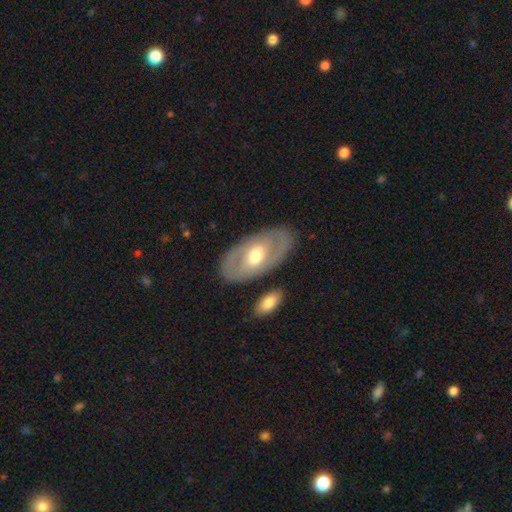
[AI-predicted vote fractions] Smooth or featured? Predicted: featured or disk (p=0.67). Edge-on disk? Predicted: no (p=0.90). Bar? Predicted: no (p=0.51). Spiral arms? Predicted: no (p=0.52). Bulge size? Predicted: moderate (p=0.72). Merging? Predicted: none (p=0.83).